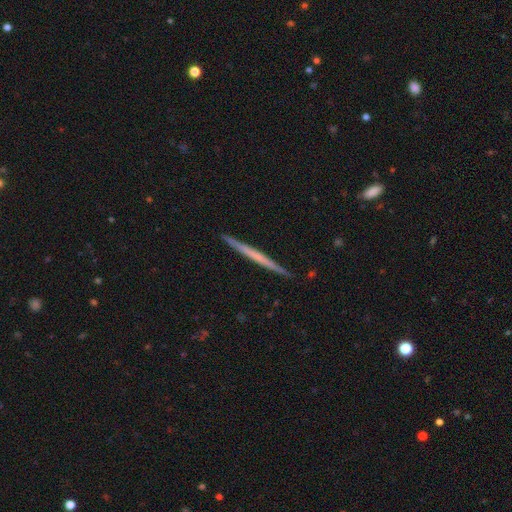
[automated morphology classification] Smooth or featured?
  - featured or disk: 57% *
  - smooth: 38%
  - star or artifact: 5%
Edge-on disk?
  - yes: 98% *
  - no: 2%
Edge-on bulge?
  - none: 86% *
  - rounded: 9%
  - boxy: 4%
Merging?
  - none: 92% *
  - minor disturbance: 6%
  - major disturbance: 1%
  - merger: 1%